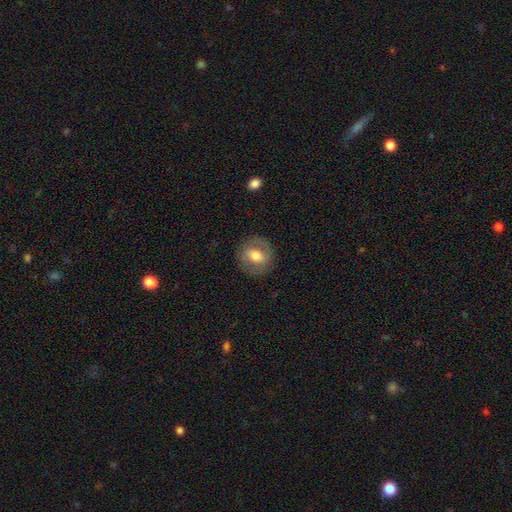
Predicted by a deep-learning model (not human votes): smooth-or-featured: smooth: 48% | featured or disk: 45% | star or artifact: 7%
  merging: none: 83% | minor disturbance: 11% | major disturbance: 5% | merger: 1%